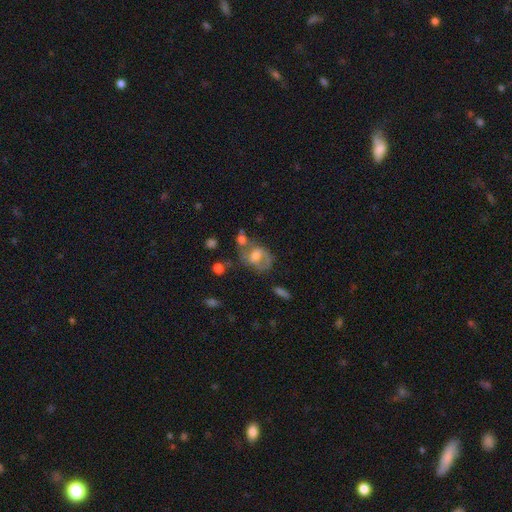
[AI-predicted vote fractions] Smooth or featured? Predicted: smooth (p=0.48). Merging? Predicted: none (p=0.35).